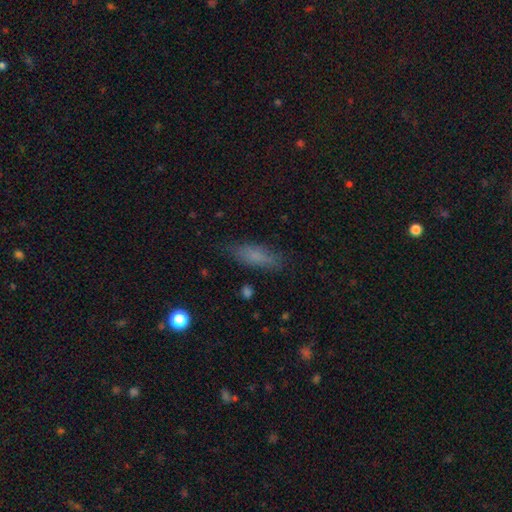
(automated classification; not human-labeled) Overall: smooth (73%). How rounded: cigar-shaped (51%; in between 46%). Merging: none (80%).